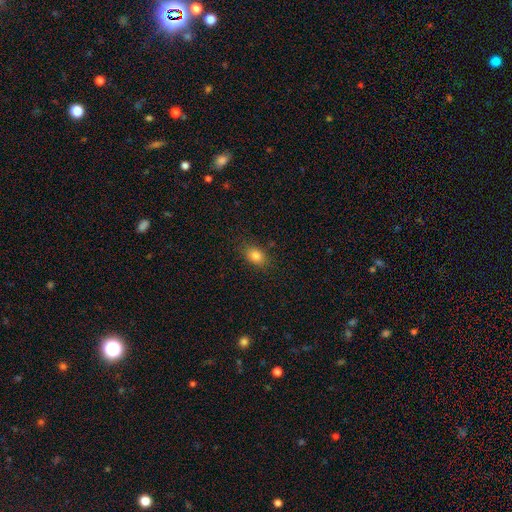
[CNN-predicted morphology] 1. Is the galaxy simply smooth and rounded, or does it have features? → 82% smooth, 11% star or artifact, 7% featured or disk.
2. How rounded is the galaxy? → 72% in between, 26% round, 2% cigar-shaped.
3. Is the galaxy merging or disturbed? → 84% none, 12% minor disturbance, 3% major disturbance, 1% merger.